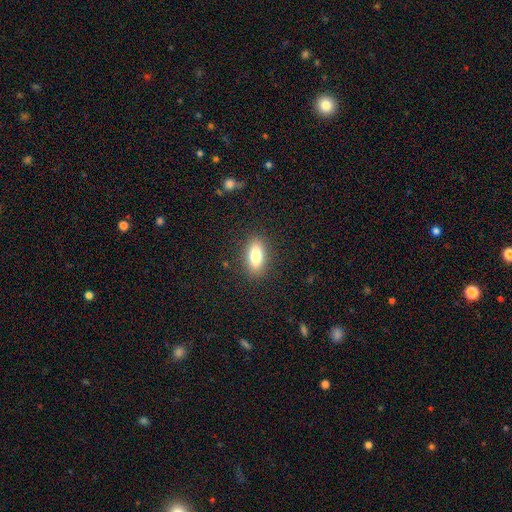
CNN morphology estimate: Overall: smooth (81%). How rounded: in between (84%). Merging: none (87%).